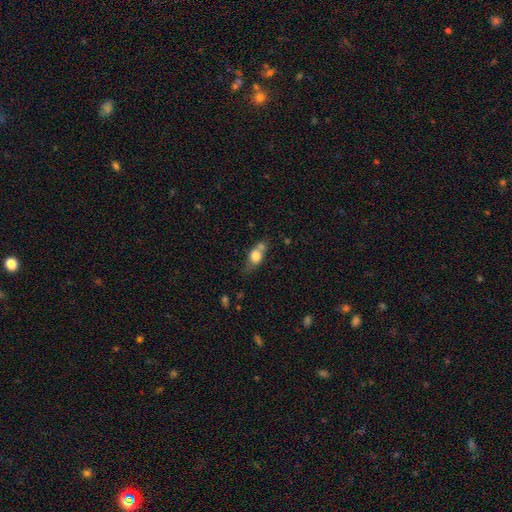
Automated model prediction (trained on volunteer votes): smooth 72%, featured or disk 19%, star or artifact 9%. Down the decision tree: how rounded — in between (59%); merging — none (40%).